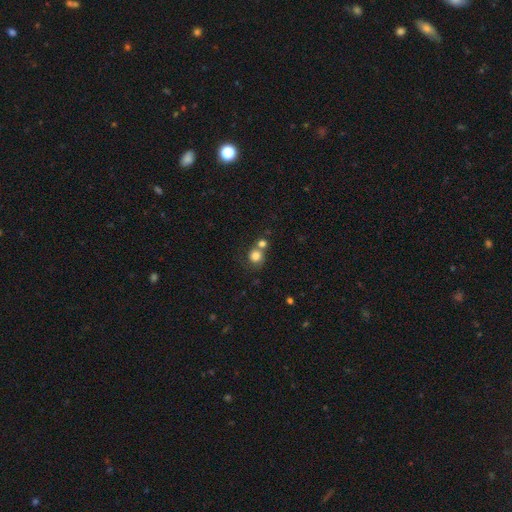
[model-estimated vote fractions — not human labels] Smooth or featured: smooth — 81% (star or artifact — 11%)
How rounded: round — 87% (in between — 12%)
Merging: none — 52% (merger — 34%)